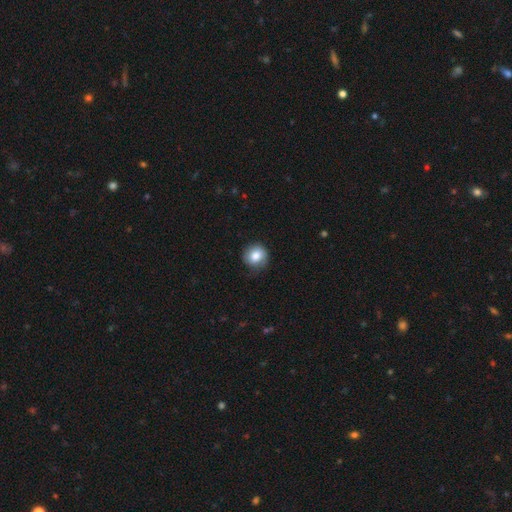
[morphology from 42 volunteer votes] type=smooth (86%); roundness=round (83%); merging=none (62%).